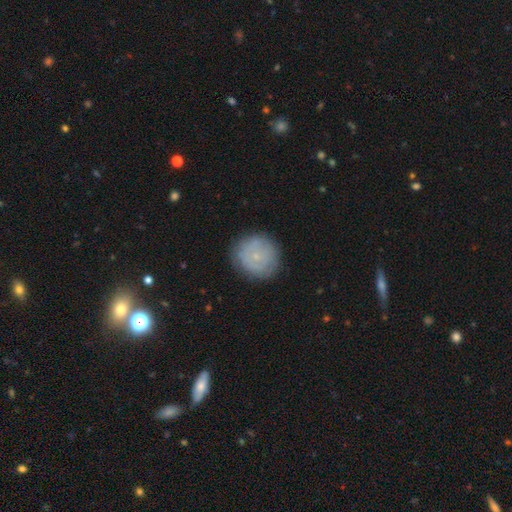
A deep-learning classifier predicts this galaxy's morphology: Q: Smooth or featured?
A: smooth (57%); runner-up: featured or disk (36%)
Q: How rounded?
A: round (89%); runner-up: in between (10%)
Q: Merging?
A: none (82%); runner-up: minor disturbance (13%)